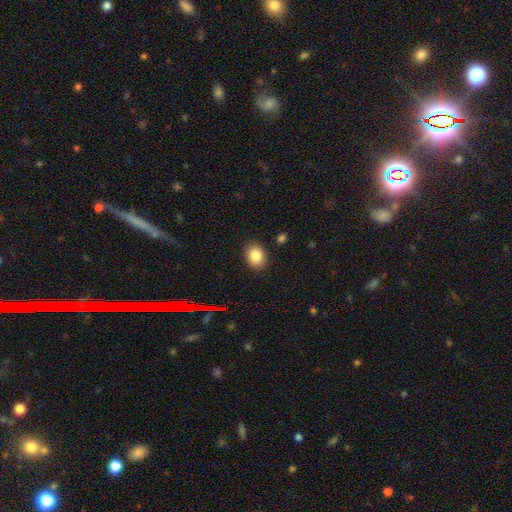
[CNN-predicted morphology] This is clearly a smooth galaxy (84%). How rounded: possibly in between (52%). Merging: clearly none (88%).